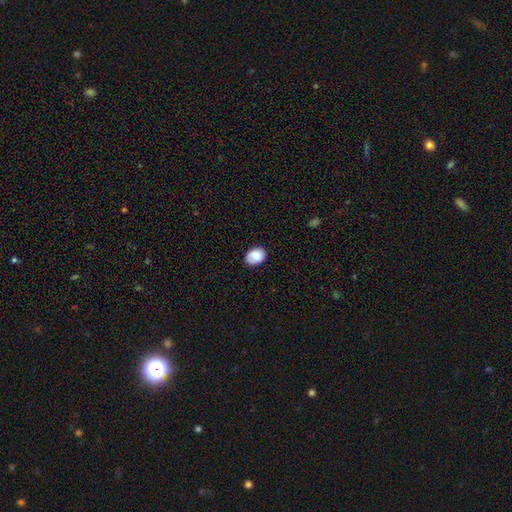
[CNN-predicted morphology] A smooth galaxy with no disk features (85%) that is in between round and cigar-shaped (71%).

Vote fractions:
- Smooth or featured? smooth: 85% / featured or disk: 8% / star or artifact: 7%
- How rounded? in between: 71% / round: 28% / cigar-shaped: 1%
- Merging? none: 78% / minor disturbance: 17% / major disturbance: 3% / merger: 1%